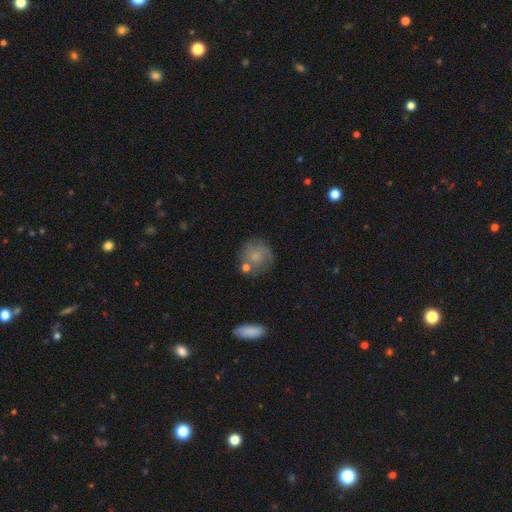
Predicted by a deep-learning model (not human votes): A smooth galaxy with no disk features (75%) that is round (90%). Merging: none (63%).